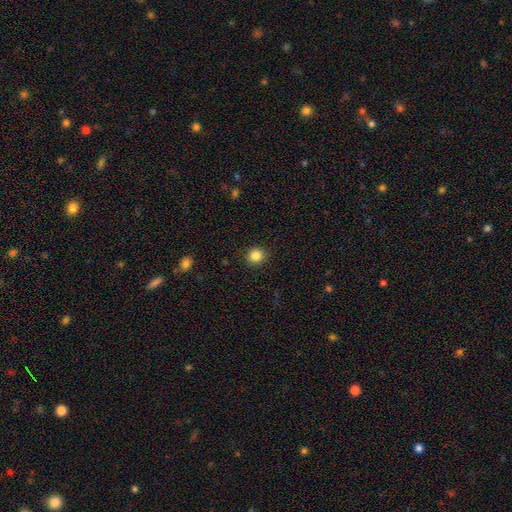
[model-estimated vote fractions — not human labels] The model was most divided on "smooth or featured": smooth: 85%, star or artifact: 11%, featured or disk: 4%. More confident: merging — none (91%); how rounded — round (89%).